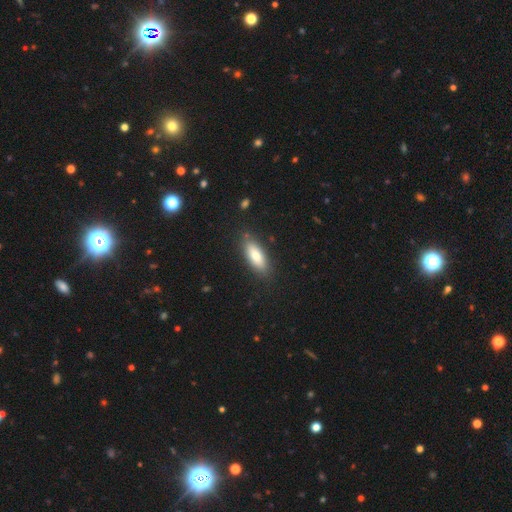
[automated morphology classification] Smooth or featured?
  - smooth: 80% *
  - featured or disk: 14%
  - star or artifact: 6%
How rounded?
  - in between: 73% *
  - cigar-shaped: 25%
  - round: 2%
Merging?
  - none: 84% *
  - minor disturbance: 12%
  - major disturbance: 3%
  - merger: 2%